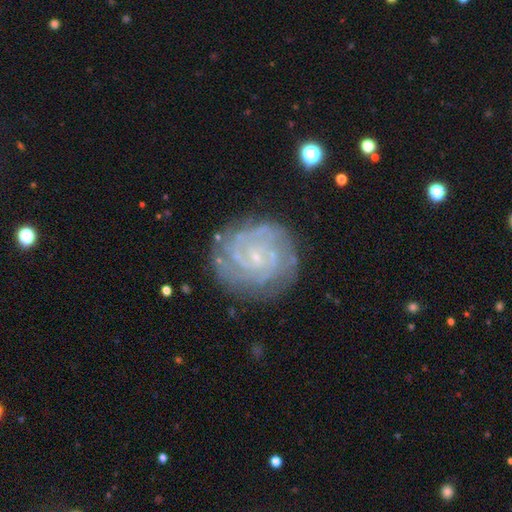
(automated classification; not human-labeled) A featured or disk galaxy (84%) with no bar (60%), 2 (28%) tight (74%) spiral arms (96%) and a small central bulge (83%). Merging: none (79%).